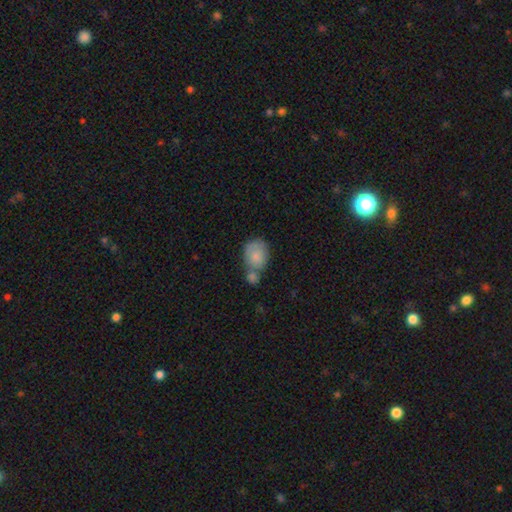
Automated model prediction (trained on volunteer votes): Smooth or featured? smooth (79%)
How rounded? in between (63%)
Merging? merger (47%)